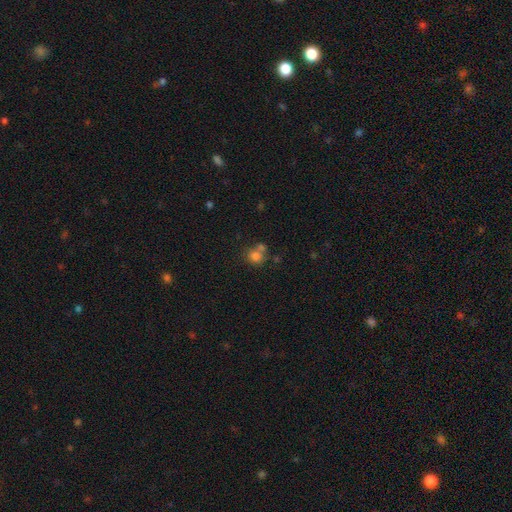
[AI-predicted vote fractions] This is likely a smooth galaxy (77%). How rounded: clearly round (83%). Merging: possibly none (50%).